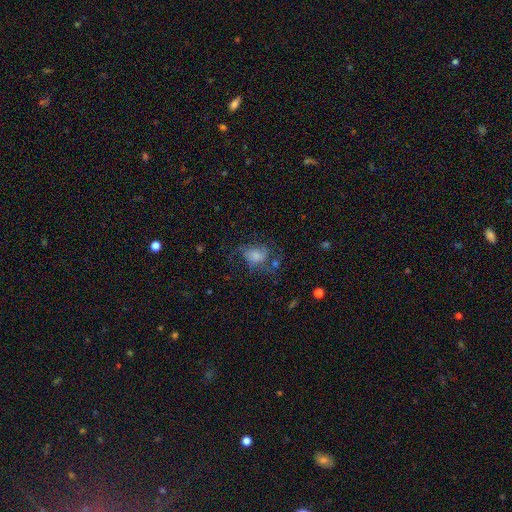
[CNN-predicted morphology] type=smooth (42%); merging=none (49%).